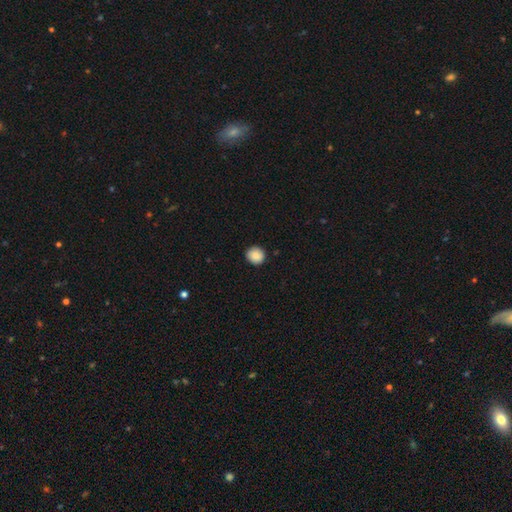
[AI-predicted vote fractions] The model was most divided on "how rounded": round: 89%, in between: 10%, cigar-shaped: 1%. More confident: merging — none (89%); smooth or featured — smooth (89%).